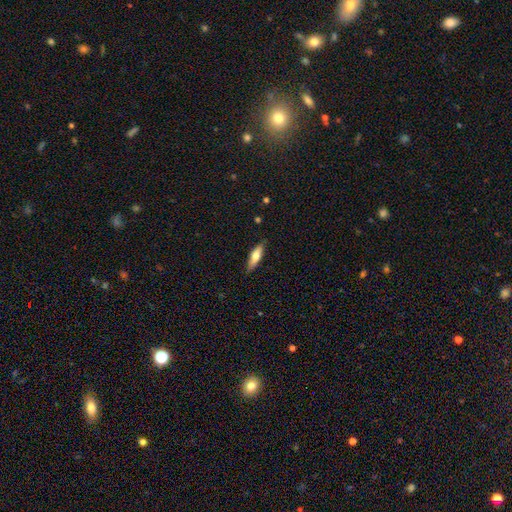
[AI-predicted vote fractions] Q: Smooth or featured?
A: smooth (67%); runner-up: featured or disk (27%)
Q: How rounded?
A: cigar-shaped (52%); runner-up: in between (46%)
Q: Merging?
A: none (85%); runner-up: minor disturbance (12%)